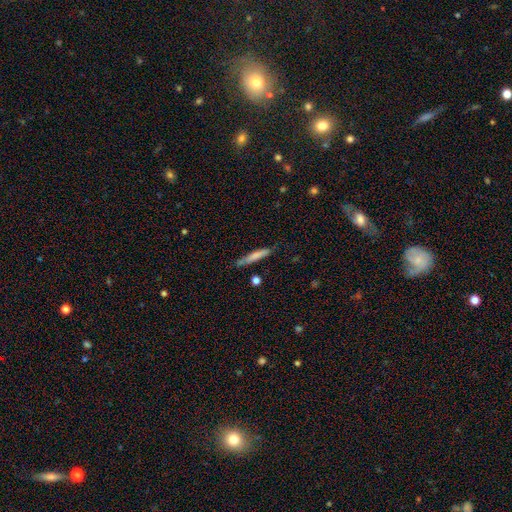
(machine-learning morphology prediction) type=smooth (72%); roundness=cigar-shaped (92%); merging=none (76%).